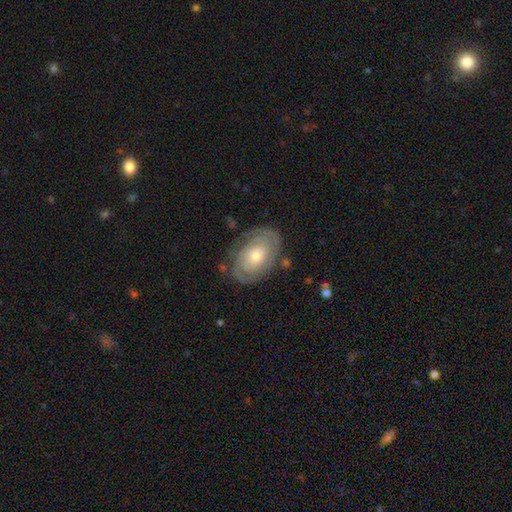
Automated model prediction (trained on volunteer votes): A featured or disk galaxy (76%) with no bar (76%), 2 (55%) tight (68%) spiral arms (85%) and a moderate central bulge (54%).

Vote fractions:
- Smooth or featured? featured or disk: 76% / smooth: 19% / star or artifact: 6%
- Edge-on disk? no: 96% / yes: 4%
- Bar? no: 76% / weak: 20% / strong: 5%
- Spiral arms? yes: 85% / no: 15%
- Spiral winding? tight: 68% / medium: 24% / loose: 8%
- Spiral arm count? 2: 55% / can't tell: 29% / 3: 6% / 1: 5% / 4: 3% / more than 4: 2%
- Bulge size? moderate: 54% / small: 36% / large: 7% / none: 2% / dominant: 1%
- Merging? none: 75% / minor disturbance: 17% / major disturbance: 7% / merger: 2%